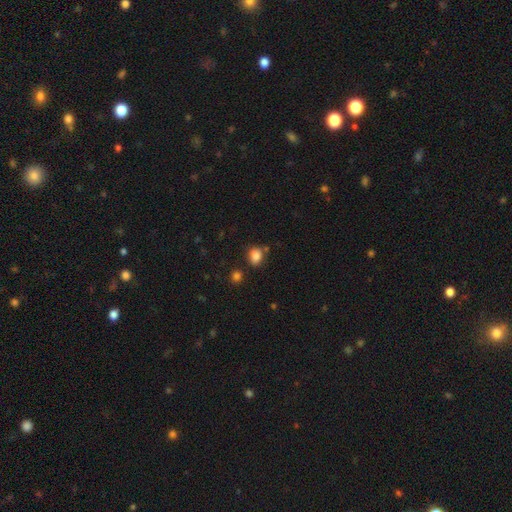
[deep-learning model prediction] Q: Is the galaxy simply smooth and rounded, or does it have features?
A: smooth — 84%.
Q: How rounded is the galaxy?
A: in between — 53%.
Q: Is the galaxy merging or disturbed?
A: none — 73%.